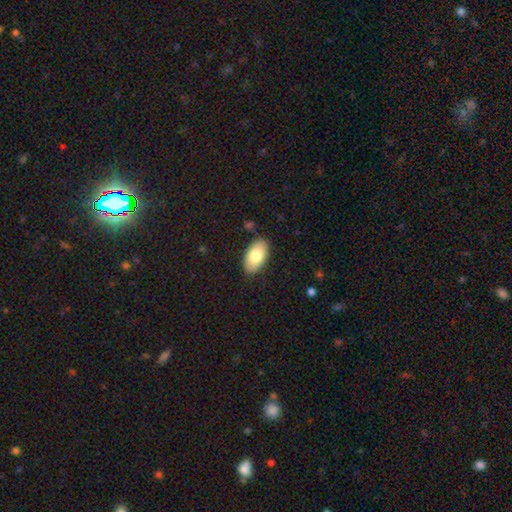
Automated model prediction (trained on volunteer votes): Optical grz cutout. It shows a smooth galaxy with no disk features (78%) that is in between round and cigar-shaped (95%). Merging: none (86%).